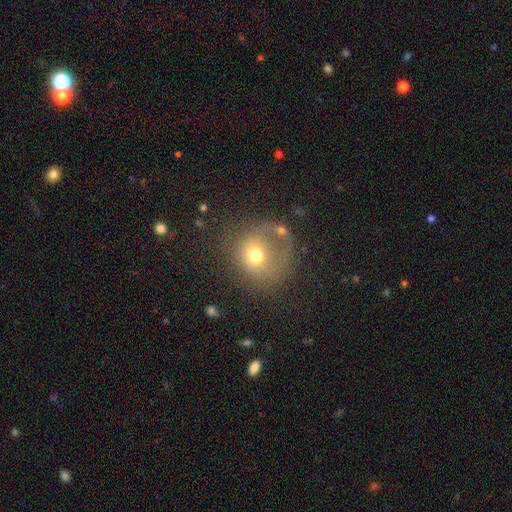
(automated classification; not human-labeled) The model was most divided on "merging": major disturbance: 43%, none: 29%, minor disturbance: 19%, merger: 9%. More confident: how rounded — round (76%); smooth or featured — smooth (59%).